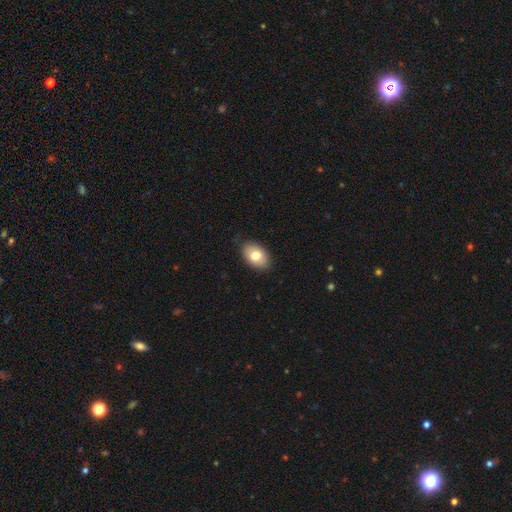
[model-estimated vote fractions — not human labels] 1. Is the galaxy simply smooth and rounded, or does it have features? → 76% smooth, 16% featured or disk, 7% star or artifact.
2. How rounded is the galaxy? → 87% in between, 12% round, 1% cigar-shaped.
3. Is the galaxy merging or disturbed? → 85% none, 12% minor disturbance, 2% major disturbance, 1% merger.